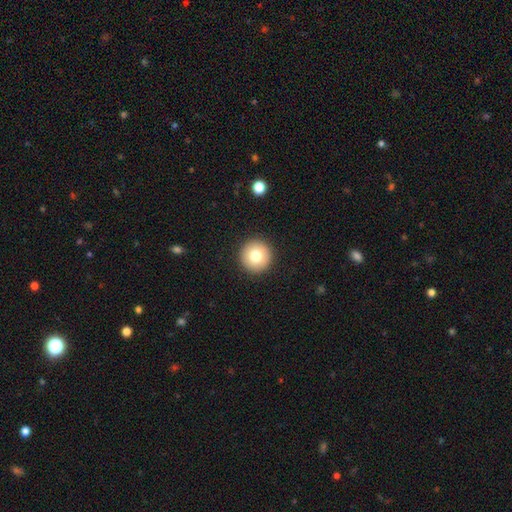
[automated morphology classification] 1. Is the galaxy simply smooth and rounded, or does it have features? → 76% smooth, 14% featured or disk, 10% star or artifact.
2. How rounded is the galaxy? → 97% round, 2% in between, 1% cigar-shaped.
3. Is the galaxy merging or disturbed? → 93% none, 5% minor disturbance, 2% major disturbance, 1% merger.